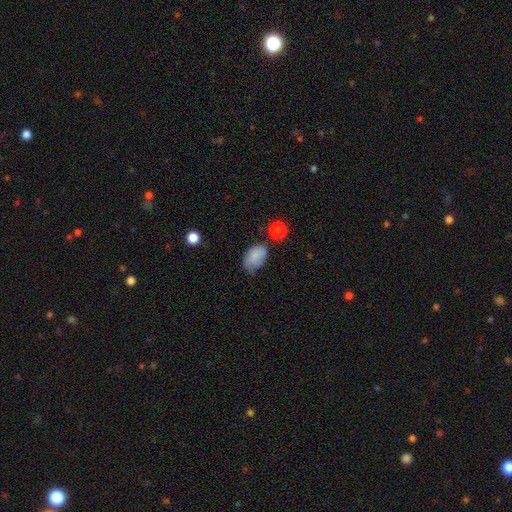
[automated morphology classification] Smooth or featured? smooth (83%)
How rounded? in between (88%)
Merging? none (54%)